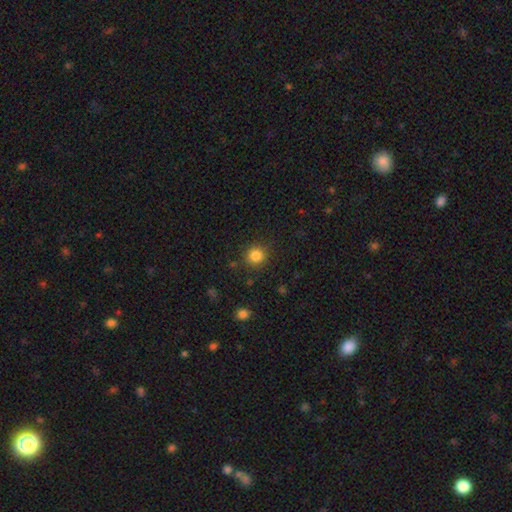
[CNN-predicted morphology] A smooth galaxy with no disk features (84%) that is round (92%).

Vote fractions:
- Smooth or featured? smooth: 84% / star or artifact: 11% / featured or disk: 4%
- How rounded? round: 92% / in between: 7% / cigar-shaped: 1%
- Merging? none: 88% / minor disturbance: 7% / major disturbance: 3% / merger: 2%